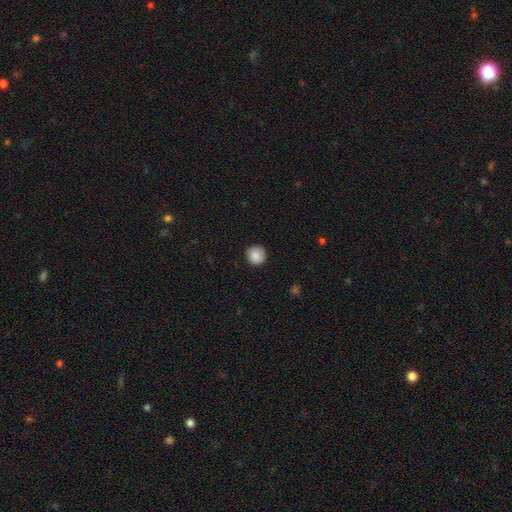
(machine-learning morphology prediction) A smooth galaxy with no disk features (87%) that is round (93%). Merging: none (90%).